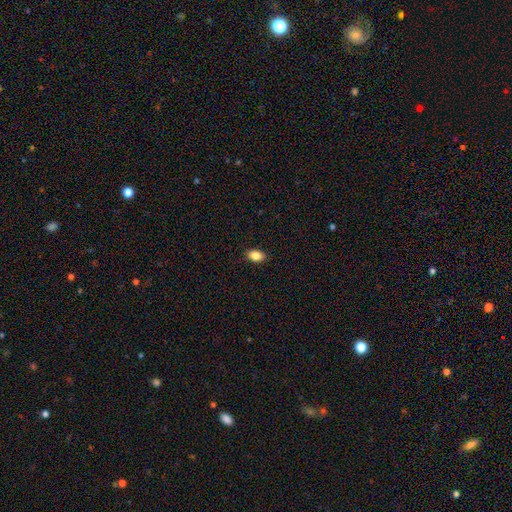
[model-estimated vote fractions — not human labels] A smooth galaxy with no disk features (87%) that is in between round and cigar-shaped (88%).

Vote fractions:
- Smooth or featured? smooth: 87% / star or artifact: 8% / featured or disk: 5%
- How rounded? in between: 88% / round: 10% / cigar-shaped: 2%
- Merging? none: 89% / minor disturbance: 8% / major disturbance: 2% / merger: 1%